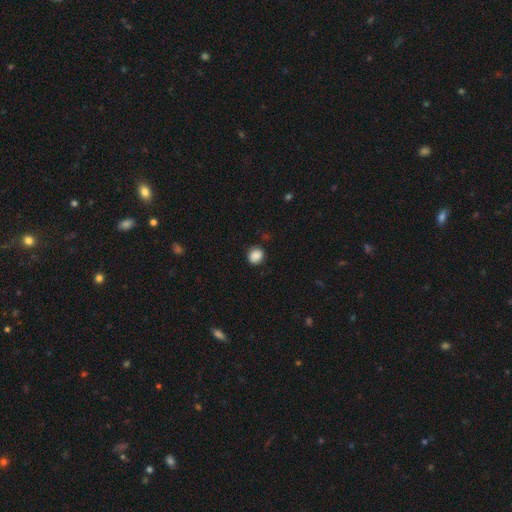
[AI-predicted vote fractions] Smooth or featured? smooth (87%)
How rounded? round (79%)
Merging? none (84%)